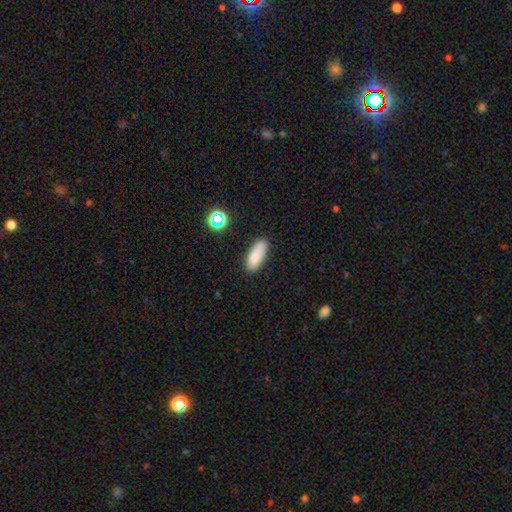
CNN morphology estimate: Smooth or featured? Predicted: smooth (p=0.84). How rounded? Predicted: in between (p=0.73). Merging? Predicted: none (p=0.83).